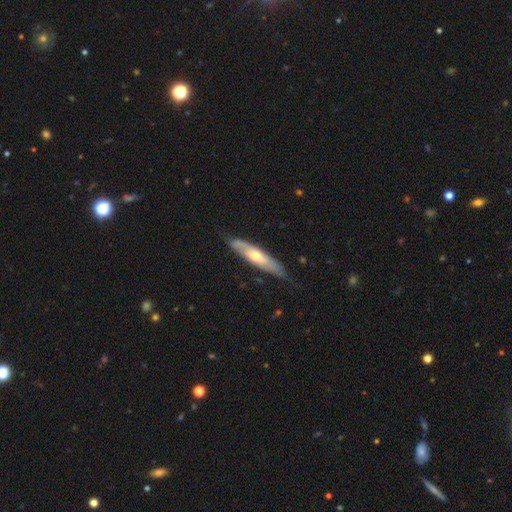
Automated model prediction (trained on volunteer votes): Smooth or featured?
  - featured or disk: 56% *
  - smooth: 39%
  - star or artifact: 5%
Edge-on disk?
  - yes: 55% *
  - no: 45%
Merging?
  - none: 73% *
  - minor disturbance: 21%
  - major disturbance: 4%
  - merger: 1%